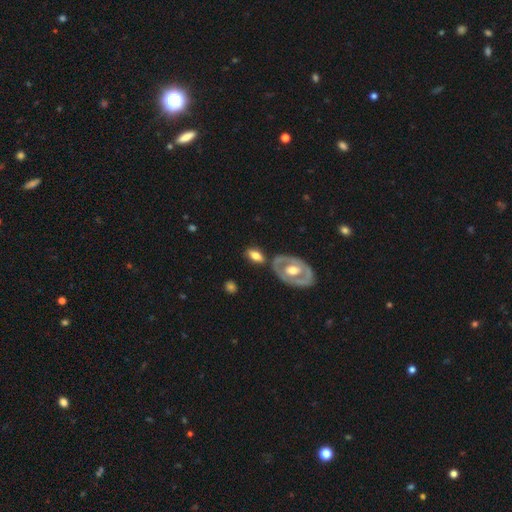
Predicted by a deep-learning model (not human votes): A smooth galaxy with no disk features (56%) that is in between round and cigar-shaped (88%).

Vote fractions:
- Smooth or featured? smooth: 56% / featured or disk: 39% / star or artifact: 5%
- How rounded? in between: 88% / round: 7% / cigar-shaped: 5%
- Merging? none: 65% / minor disturbance: 16% / merger: 15% / major disturbance: 5%